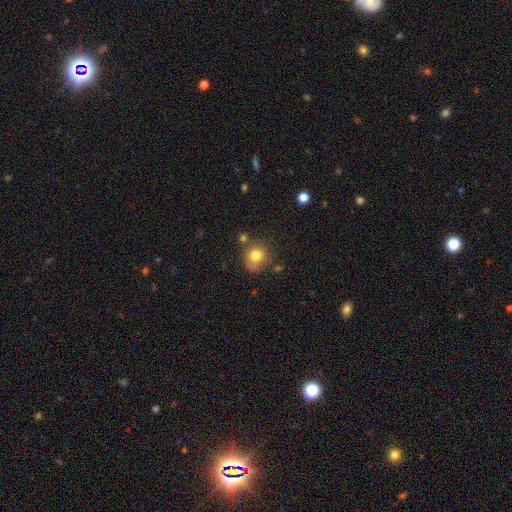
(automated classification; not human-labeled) Overall: smooth (79%). How rounded: round (81%). Merging: none (62%).